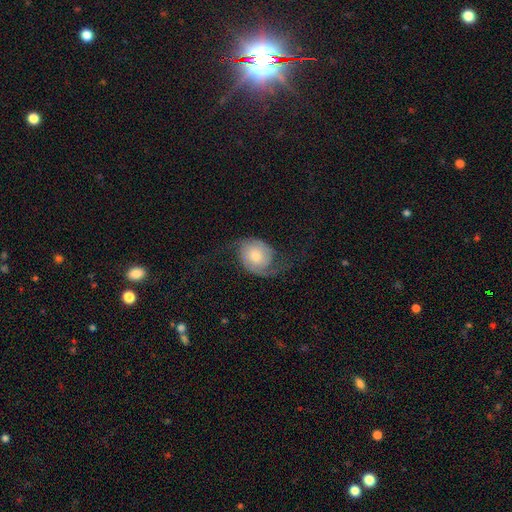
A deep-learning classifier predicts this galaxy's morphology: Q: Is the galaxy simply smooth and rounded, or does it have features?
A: featured or disk — 76%.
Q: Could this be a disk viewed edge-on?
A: no — 97%.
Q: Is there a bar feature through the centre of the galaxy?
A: no — 73%.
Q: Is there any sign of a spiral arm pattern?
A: yes — 95%.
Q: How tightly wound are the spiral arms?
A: loose — 48%.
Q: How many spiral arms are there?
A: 2 — 90%.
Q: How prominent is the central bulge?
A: moderate — 46%.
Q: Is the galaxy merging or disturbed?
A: none — 63%.